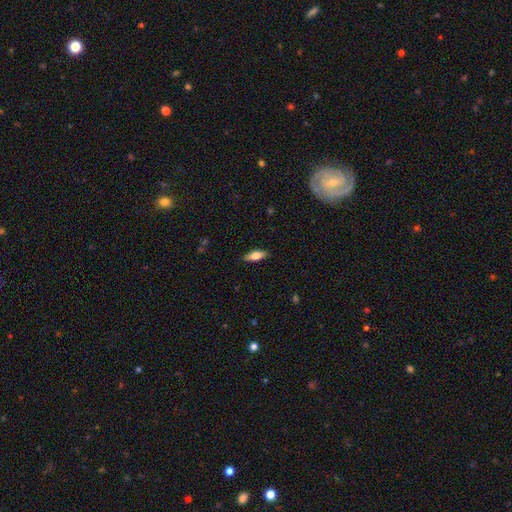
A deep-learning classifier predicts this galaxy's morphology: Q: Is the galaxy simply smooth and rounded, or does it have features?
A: smooth — 67%.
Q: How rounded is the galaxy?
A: in between — 67%.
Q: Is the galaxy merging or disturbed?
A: none — 88%.